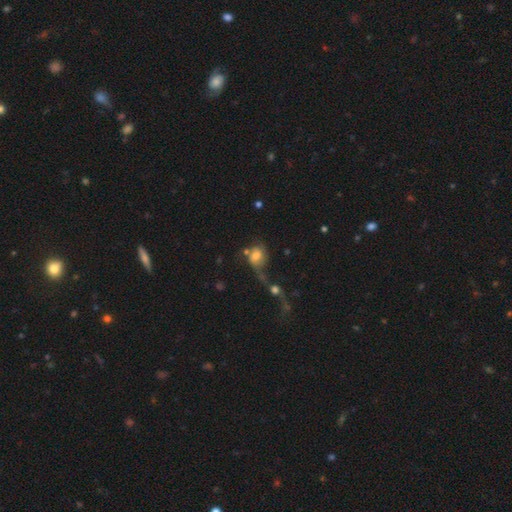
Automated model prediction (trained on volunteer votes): Overall: smooth (58%; featured or disk 29%). How rounded: in between (56%; round 43%). Merging: merger (46%; none 21%).